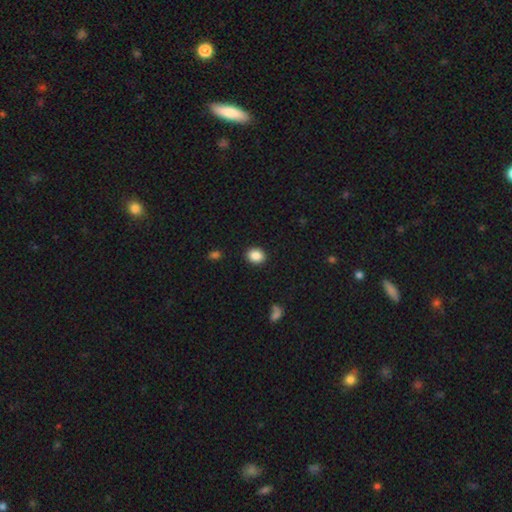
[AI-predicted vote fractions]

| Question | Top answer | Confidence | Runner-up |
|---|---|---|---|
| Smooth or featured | smooth | 87% | star or artifact (9%) |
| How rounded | round | 50% | in between (49%) |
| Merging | none | 90% | minor disturbance (7%) |